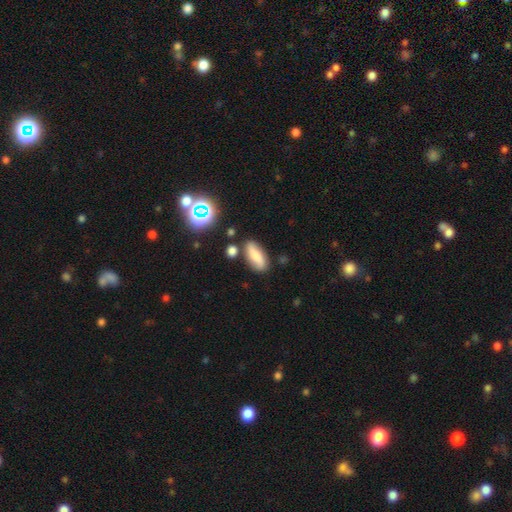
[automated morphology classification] A smooth galaxy with no disk features (62%) that is in between round and cigar-shaped (72%).

Vote fractions:
- Smooth or featured? smooth: 62% / featured or disk: 27% / star or artifact: 10%
- How rounded? in between: 72% / cigar-shaped: 24% / round: 4%
- Merging? none: 77% / minor disturbance: 14% / merger: 5% / major disturbance: 3%